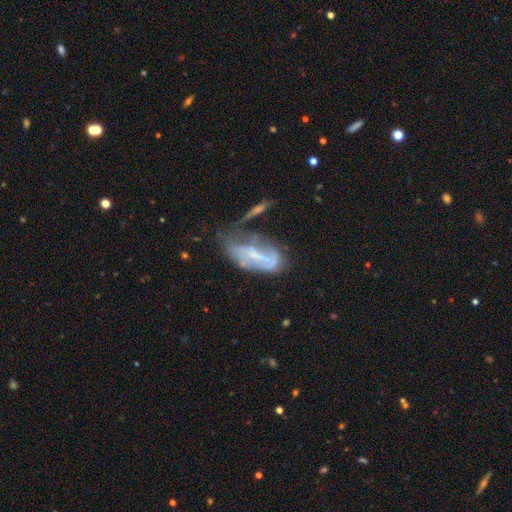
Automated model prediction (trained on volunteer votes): A featured or disk galaxy (57%).

Vote fractions:
- Smooth or featured? featured or disk: 57% / smooth: 33% / star or artifact: 10%
- Edge-on disk? no: 86% / yes: 14%
- Merging? major disturbance: 31% / none: 27% / minor disturbance: 25% / merger: 17%